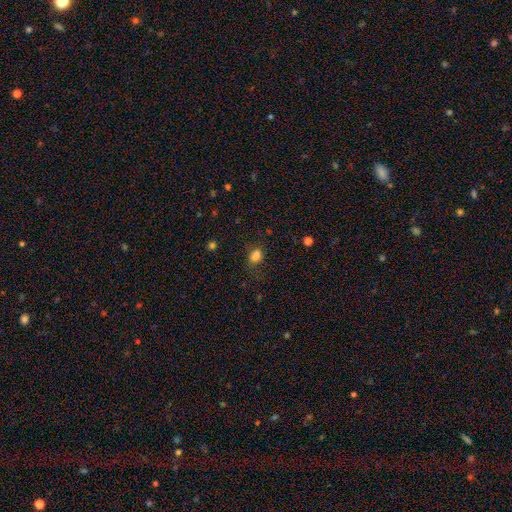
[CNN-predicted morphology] A smooth galaxy with no disk features (80%) that is in between round and cigar-shaped (73%).

Vote fractions:
- Smooth or featured? smooth: 80% / star or artifact: 13% / featured or disk: 6%
- How rounded? in between: 73% / round: 25% / cigar-shaped: 2%
- Merging? none: 56% / minor disturbance: 25% / major disturbance: 14% / merger: 4%